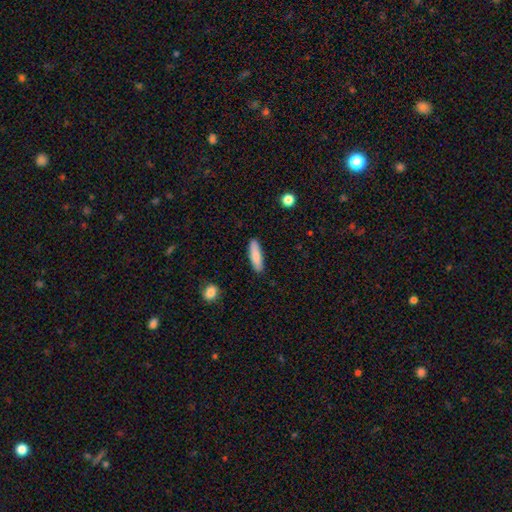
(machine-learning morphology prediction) A smooth galaxy with no disk features (81%) that is cigar-shaped (62%).

Vote fractions:
- Smooth or featured? smooth: 81% / featured or disk: 13% / star or artifact: 6%
- How rounded? cigar-shaped: 62% / in between: 36% / round: 2%
- Merging? none: 88% / minor disturbance: 9% / major disturbance: 2% / merger: 1%